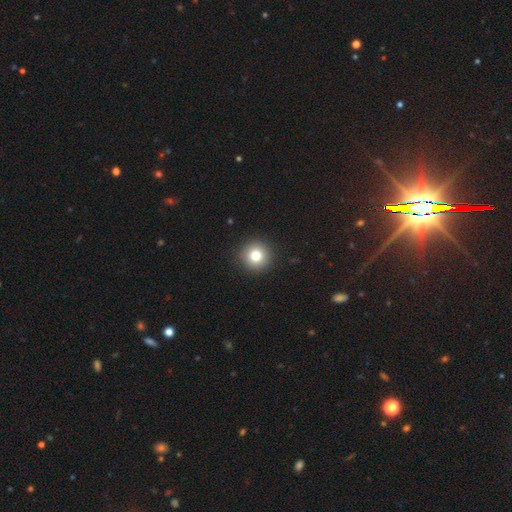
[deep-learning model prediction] smooth 79%, star or artifact 11%, featured or disk 10%. Down the decision tree: how rounded — round (95%); merging — none (93%).